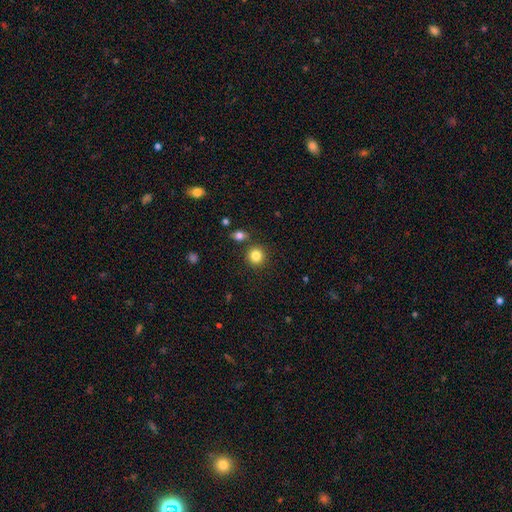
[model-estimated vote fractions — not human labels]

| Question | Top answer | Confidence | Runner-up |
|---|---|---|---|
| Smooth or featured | smooth | 83% | star or artifact (11%) |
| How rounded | round | 91% | in between (8%) |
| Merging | none | 84% | minor disturbance (7%) |